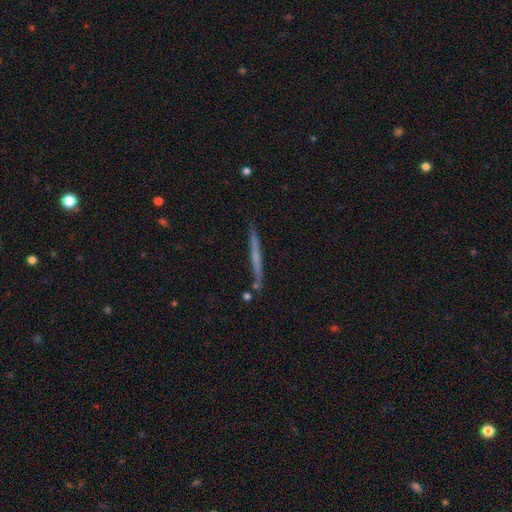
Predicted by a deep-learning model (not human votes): featured or disk 50%, smooth 43%, star or artifact 6%. Down the decision tree: edge-on disk — yes (96%); merging — none (86%).